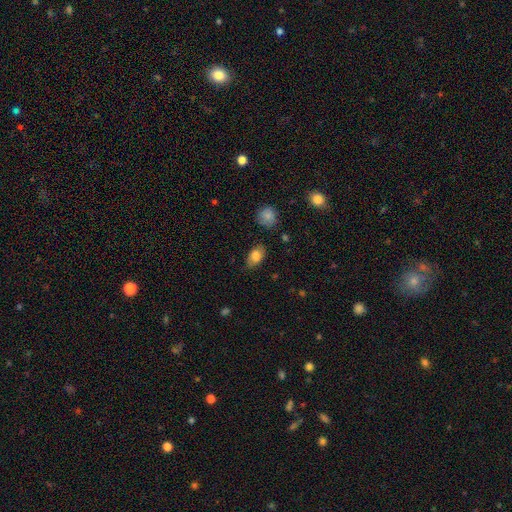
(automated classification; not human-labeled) Smooth or featured? smooth (82%)
How rounded? in between (90%)
Merging? none (77%)